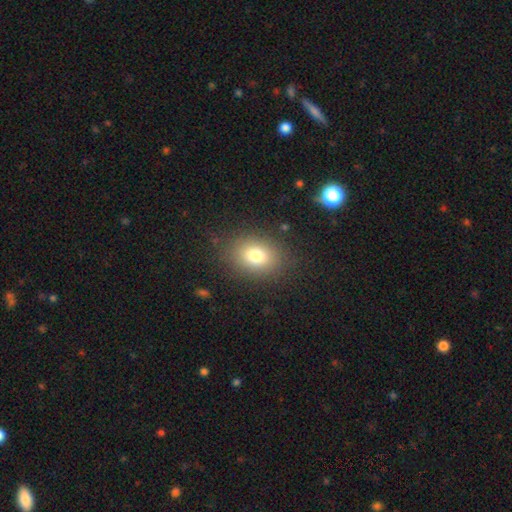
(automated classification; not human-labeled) This is likely a smooth galaxy (78%). How rounded: likely in between (62%). Merging: clearly none (84%).